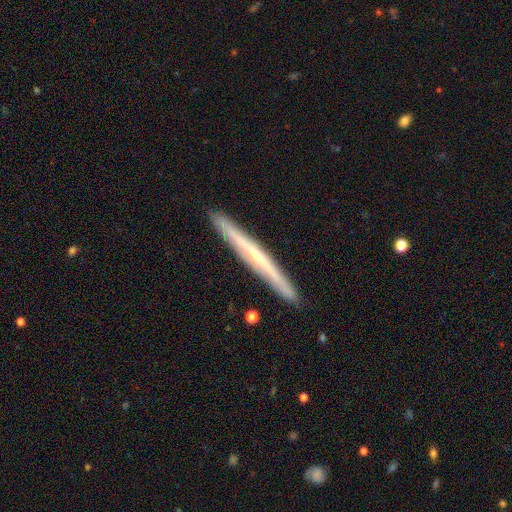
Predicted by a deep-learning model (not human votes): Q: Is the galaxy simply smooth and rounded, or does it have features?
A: featured or disk — 72%.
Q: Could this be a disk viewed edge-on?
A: yes — 96%.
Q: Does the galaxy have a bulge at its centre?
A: rounded — 62%.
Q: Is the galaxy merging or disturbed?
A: none — 92%.